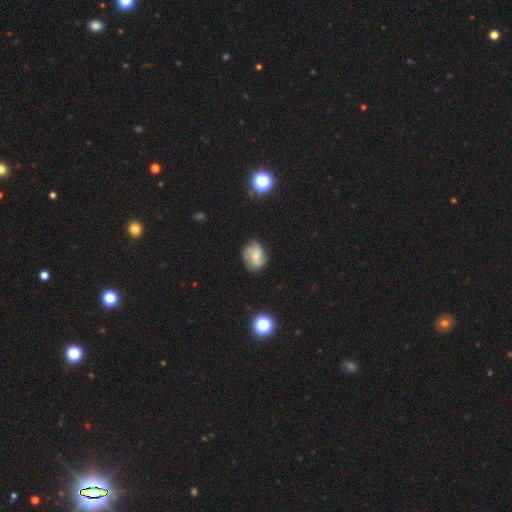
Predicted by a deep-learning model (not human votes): featured or disk 68%, smooth 23%, star or artifact 9%. Down the decision tree: edge-on disk — no (97%); bar — no (61%); spiral arms — yes (90%); spiral arm count — 3 (34%); spiral winding — medium (45%); bulge size — small (57%); merging — none (70%).